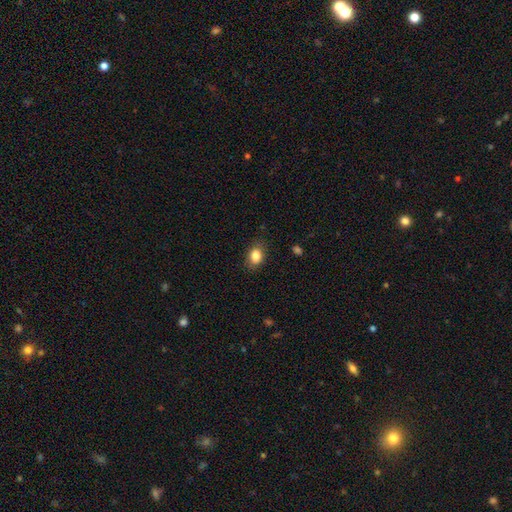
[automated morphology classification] Smooth or featured: smooth — 85% (star or artifact — 9%)
How rounded: in between — 70% (round — 28%)
Merging: none — 83% (minor disturbance — 13%)